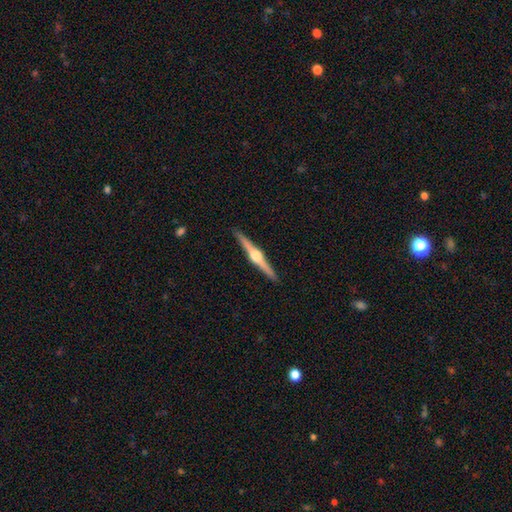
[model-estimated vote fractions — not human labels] A featured or disk galaxy (84%) viewed edge-on (99%) with a rounded central bulge (95%).

Vote fractions:
- Smooth or featured? featured or disk: 84% / smooth: 12% / star or artifact: 5%
- Edge-on disk? yes: 99% / no: 1%
- Edge-on bulge? rounded: 95% / boxy: 3% / none: 2%
- Merging? none: 92% / minor disturbance: 5% / major disturbance: 1% / merger: 1%